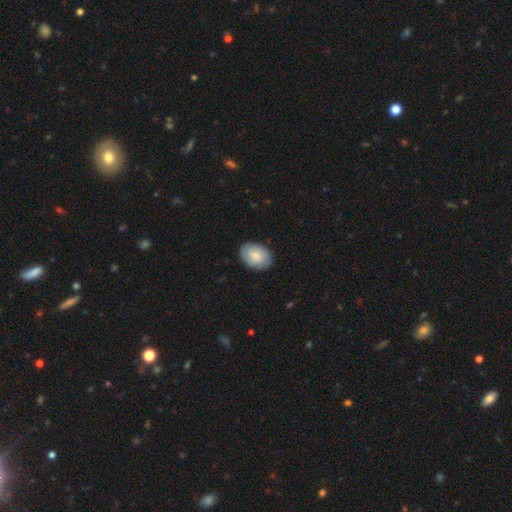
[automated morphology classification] This appears to be a smooth galaxy with no disk features (71%) that is in between round and cigar-shaped (80%). Merging: none (84%).